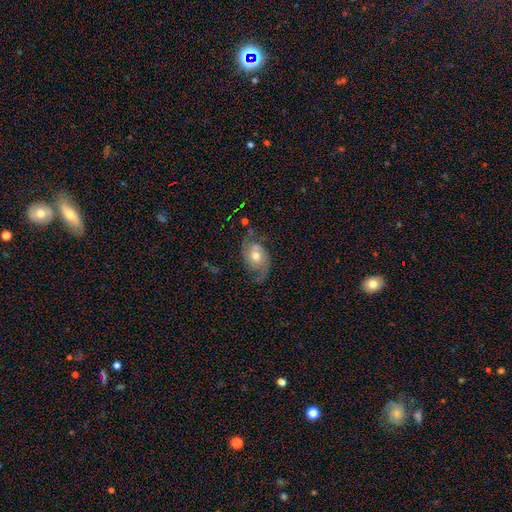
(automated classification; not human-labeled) Smooth or featured: featured or disk — 76% (smooth — 17%)
Edge-on disk: no — 96% (yes — 4%)
Bar: no — 71% (weak — 24%)
Spiral arms: yes — 92% (no — 8%)
Spiral winding: loose — 43% (medium — 41%)
Spiral arm count: 2 — 89% (can't tell — 4%)
Bulge size: moderate — 71% (small — 19%)
Merging: none — 64% (minor disturbance — 20%)